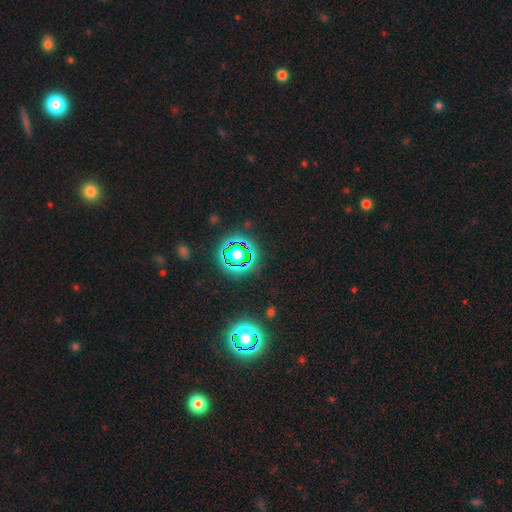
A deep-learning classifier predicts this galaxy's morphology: Smooth or featured: star or artifact — 77% (smooth — 16%)